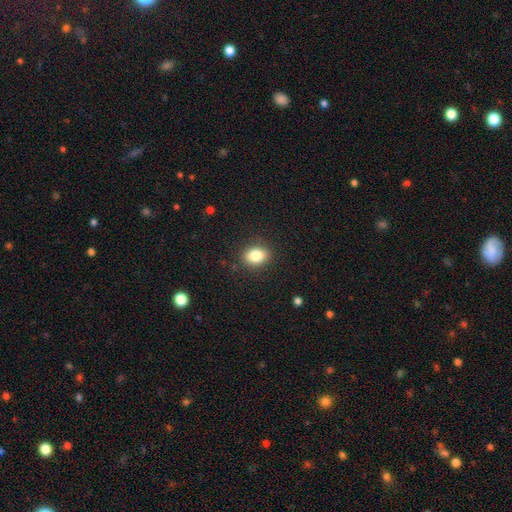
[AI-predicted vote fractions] Smooth or featured?
  - smooth: 83% *
  - star or artifact: 9%
  - featured or disk: 8%
How rounded?
  - in between: 71% *
  - round: 28%
  - cigar-shaped: 1%
Merging?
  - none: 87% *
  - minor disturbance: 9%
  - major disturbance: 3%
  - merger: 1%